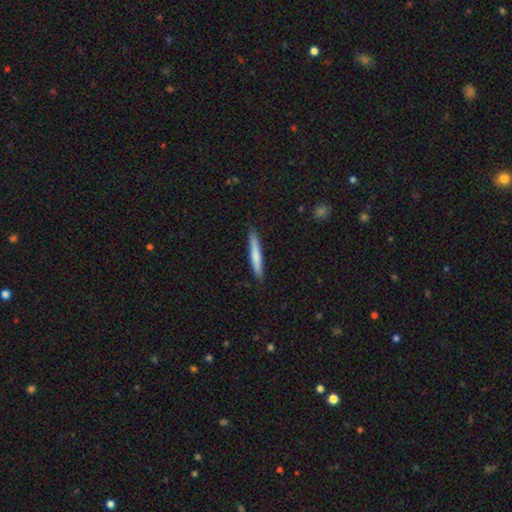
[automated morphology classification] Smooth or featured? smooth (73%)
How rounded? cigar-shaped (94%)
Merging? none (87%)